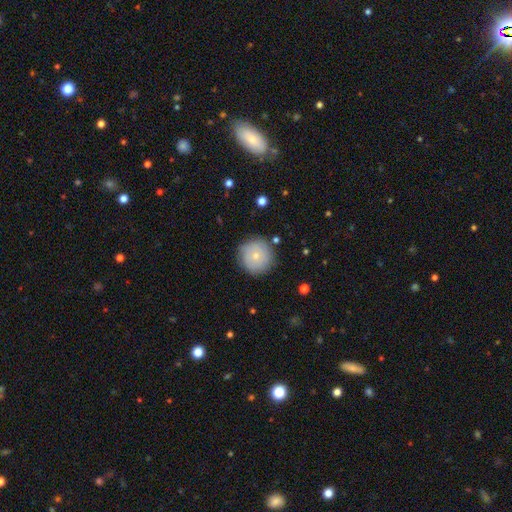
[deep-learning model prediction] Smooth or featured: smooth — 71% (featured or disk — 21%)
How rounded: round — 95% (in between — 4%)
Merging: none — 84% (minor disturbance — 12%)